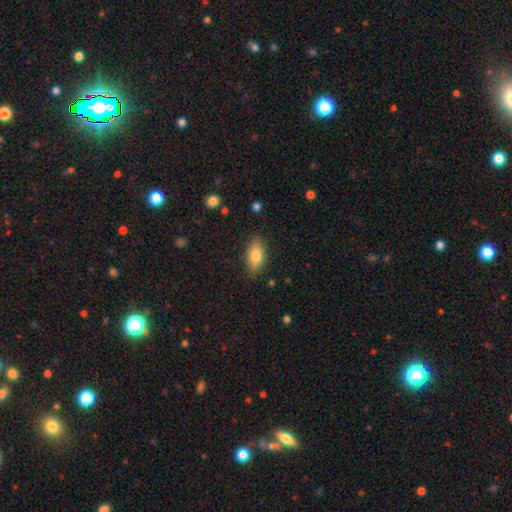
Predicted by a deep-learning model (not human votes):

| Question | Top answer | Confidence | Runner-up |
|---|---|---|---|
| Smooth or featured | smooth | 80% | featured or disk (13%) |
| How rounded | in between | 88% | cigar-shaped (8%) |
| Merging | none | 85% | minor disturbance (11%) |